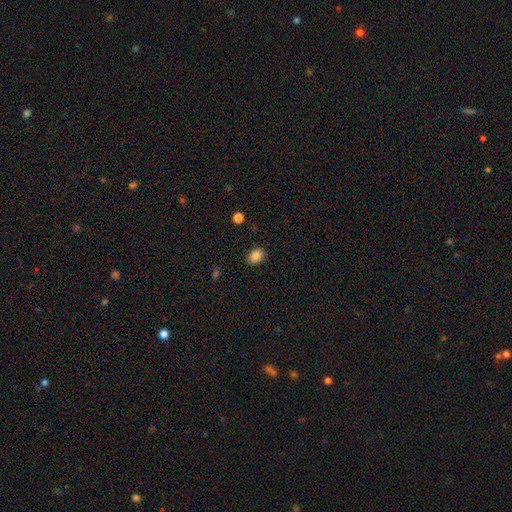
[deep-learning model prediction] Smooth or featured? Predicted: smooth (p=0.86). How rounded? Predicted: in between (p=0.65). Merging? Predicted: none (p=0.88).